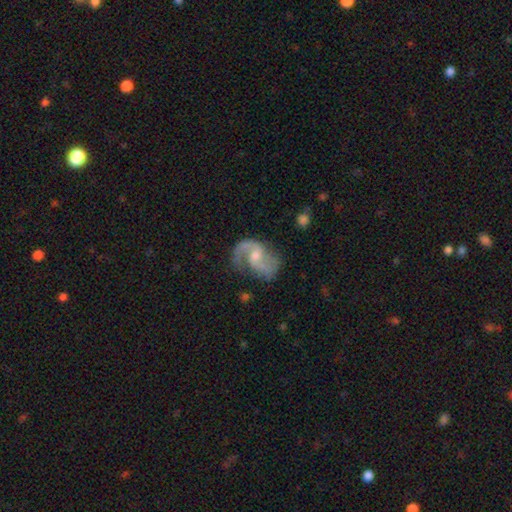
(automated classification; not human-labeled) A featured or disk galaxy (86%) with a weak bar (48%), 2 (84%) medium (46%) spiral arms (96%) and a moderate central bulge (44%). Merging: none (63%).